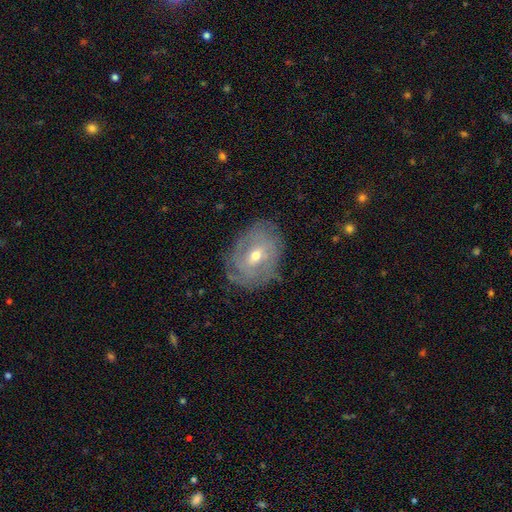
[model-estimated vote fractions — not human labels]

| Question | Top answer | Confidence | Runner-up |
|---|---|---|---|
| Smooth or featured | featured or disk | 74% | smooth (19%) |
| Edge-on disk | no | 95% | yes (5%) |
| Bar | weak | 49% | no (35%) |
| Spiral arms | yes | 78% | no (22%) |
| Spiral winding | tight | 66% | medium (25%) |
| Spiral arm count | can't tell | 51% | 2 (24%) |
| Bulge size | moderate | 61% | small (35%) |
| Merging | none | 72% | minor disturbance (20%) |